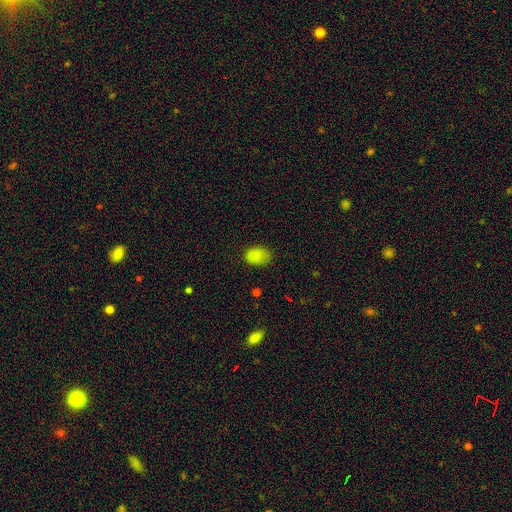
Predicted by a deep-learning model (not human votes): Q: Smooth or featured?
A: smooth (84%); runner-up: star or artifact (10%)
Q: How rounded?
A: in between (80%); runner-up: round (19%)
Q: Merging?
A: none (77%); runner-up: minor disturbance (18%)